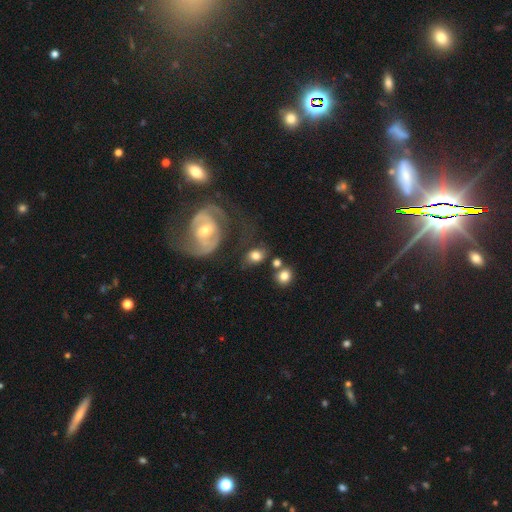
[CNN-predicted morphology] type=smooth (65%); roundness=in between (52%); merging=none (54%).